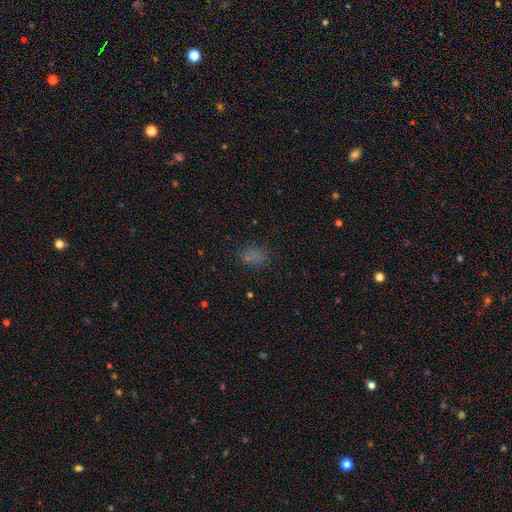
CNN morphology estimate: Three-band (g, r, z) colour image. It shows a smooth galaxy with no disk features (67%) that is in between round and cigar-shaped (64%). Merging: none (78%).